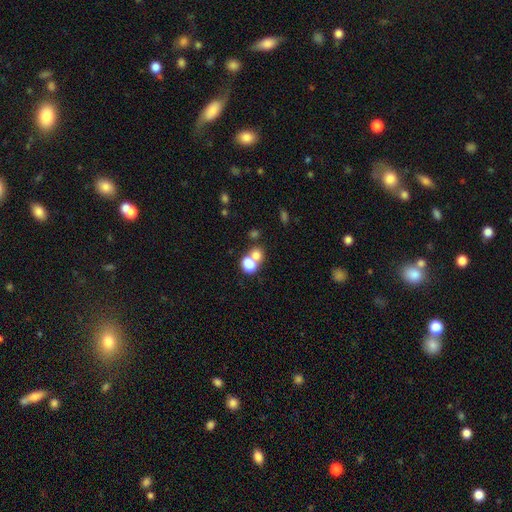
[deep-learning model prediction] This appears to be a smooth galaxy with no disk features (75%) that is round (54%). Merging: merger (54%).